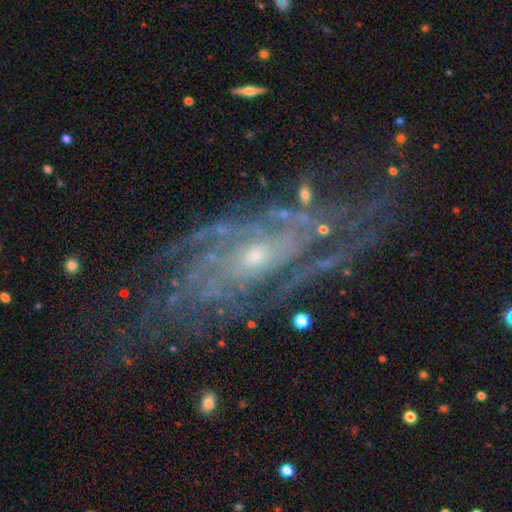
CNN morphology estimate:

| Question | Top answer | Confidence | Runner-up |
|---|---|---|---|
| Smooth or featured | featured or disk | 88% | star or artifact (7%) |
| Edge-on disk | no | 94% | yes (6%) |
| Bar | no | 67% | weak (24%) |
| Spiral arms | yes | 95% | no (5%) |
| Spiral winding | tight | 56% | medium (32%) |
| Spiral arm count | can't tell | 31% | 2 (18%) |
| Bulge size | small | 59% | moderate (35%) |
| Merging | none | 61% | minor disturbance (19%) |